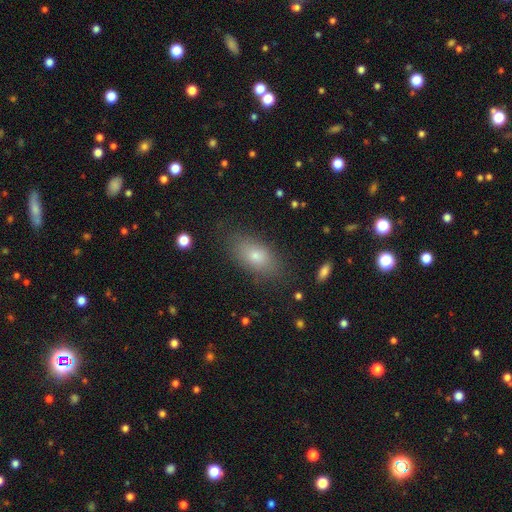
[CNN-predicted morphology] Overall: smooth (74%). How rounded: in between (86%). Merging: none (81%).